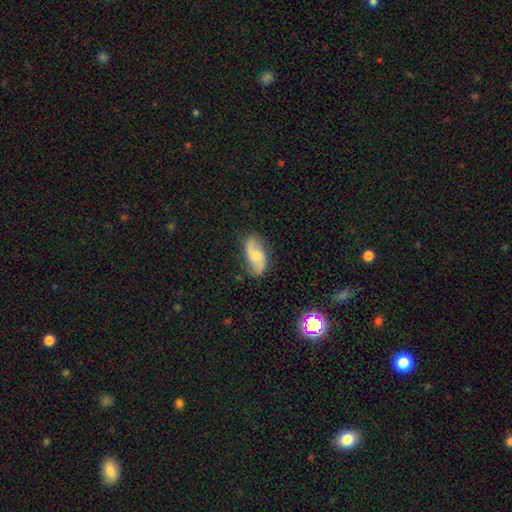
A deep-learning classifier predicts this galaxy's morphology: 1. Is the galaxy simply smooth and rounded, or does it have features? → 63% featured or disk, 30% smooth, 7% star or artifact.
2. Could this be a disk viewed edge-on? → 95% no, 5% yes.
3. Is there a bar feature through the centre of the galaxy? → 59% no, 34% weak, 7% strong.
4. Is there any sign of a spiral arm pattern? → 91% yes, 9% no.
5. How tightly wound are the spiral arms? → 58% loose, 31% medium, 11% tight.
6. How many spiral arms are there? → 88% 2, 6% can't tell, 3% 1, 1% 3, 1% 4, 1% more than 4.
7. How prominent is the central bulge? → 48% moderate, 40% small, 6% none, 5% large, 1% dominant.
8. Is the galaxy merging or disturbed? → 74% none, 19% minor disturbance, 5% major disturbance, 2% merger.